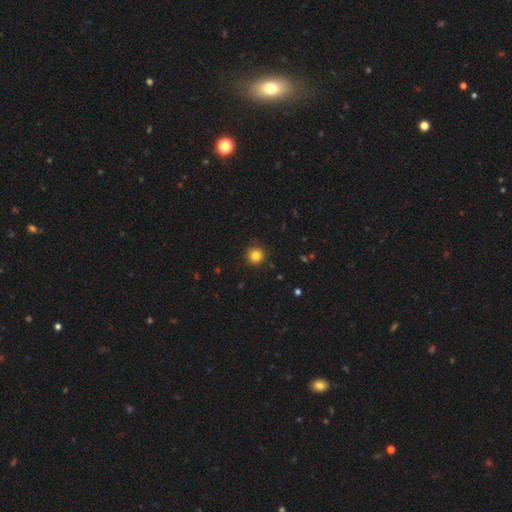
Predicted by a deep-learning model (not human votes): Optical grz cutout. It shows a smooth galaxy with no disk features (83%) that is round (95%). Merging: none (91%).